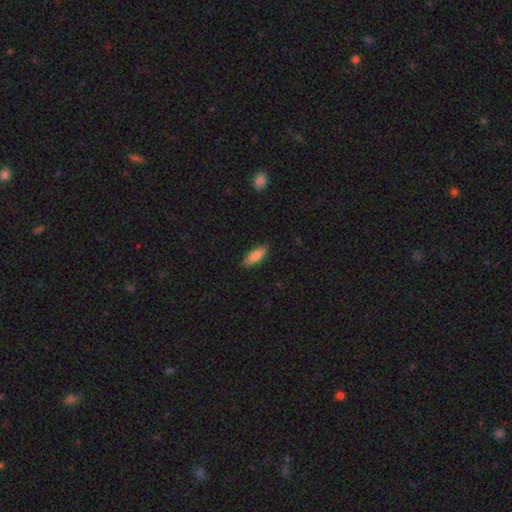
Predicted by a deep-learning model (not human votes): A smooth galaxy with no disk features (81%) that is in between round and cigar-shaped (68%).

Vote fractions:
- Smooth or featured? smooth: 81% / featured or disk: 13% / star or artifact: 6%
- How rounded? in between: 68% / cigar-shaped: 30% / round: 2%
- Merging? none: 86% / minor disturbance: 11% / major disturbance: 2% / merger: 1%